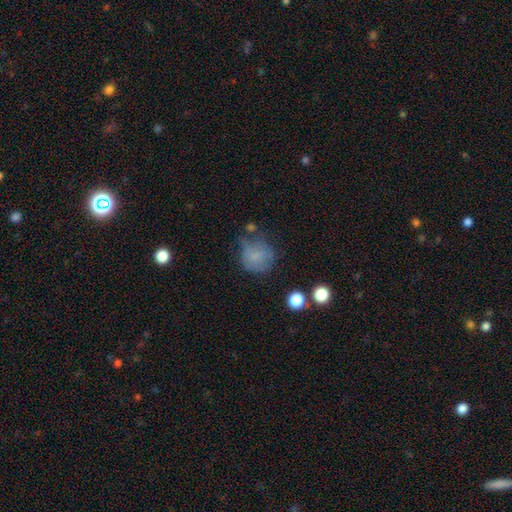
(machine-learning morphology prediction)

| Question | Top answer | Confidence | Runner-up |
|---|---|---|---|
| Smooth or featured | smooth | 67% | featured or disk (21%) |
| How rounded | round | 76% | in between (23%) |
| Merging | none | 46% | minor disturbance (29%) |